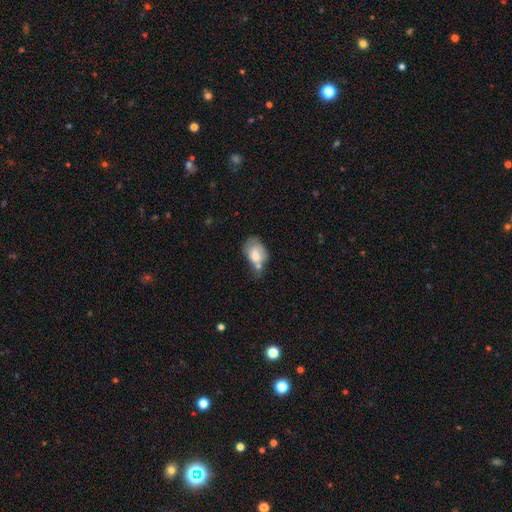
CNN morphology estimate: type=smooth (69%); roundness=in between (79%); merging=merger (34%).